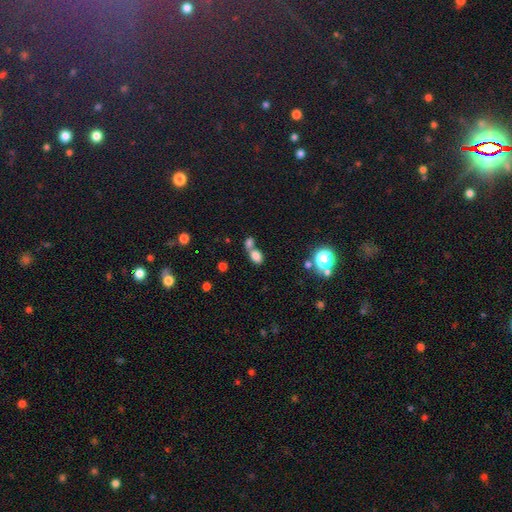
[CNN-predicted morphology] The model was most divided on "merging": merger: 54%, none: 33%, minor disturbance: 9%, major disturbance: 5%. More confident: how rounded — in between (79%); smooth or featured — smooth (78%).